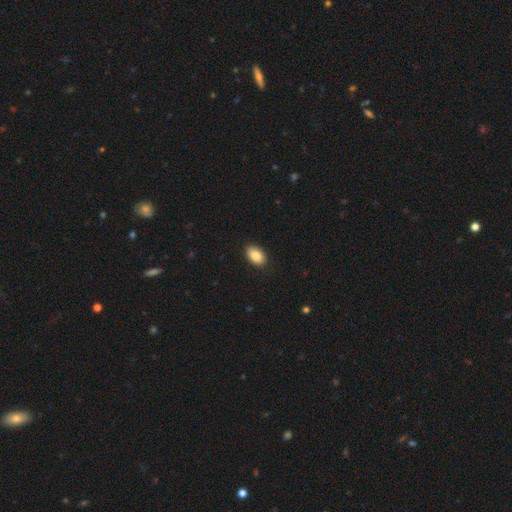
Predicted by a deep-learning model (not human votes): A smooth galaxy with no disk features (87%) that is in between round and cigar-shaped (92%). Merging: none (88%).